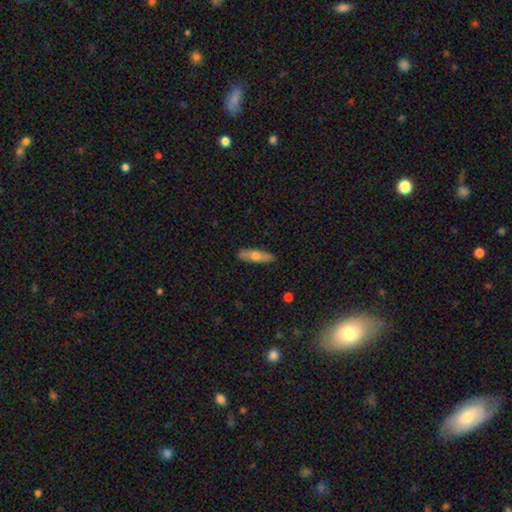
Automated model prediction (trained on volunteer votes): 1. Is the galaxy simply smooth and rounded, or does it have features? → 62% smooth, 32% featured or disk, 6% star or artifact.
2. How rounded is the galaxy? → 59% cigar-shaped, 39% in between, 2% round.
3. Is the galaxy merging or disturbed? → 88% none, 9% minor disturbance, 2% major disturbance, 1% merger.